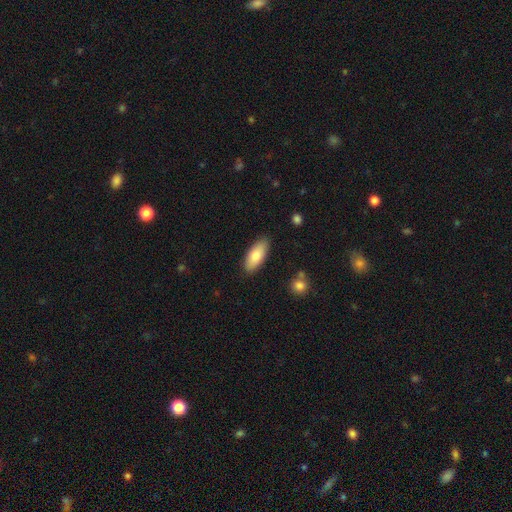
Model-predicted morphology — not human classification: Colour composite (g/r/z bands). It shows a smooth galaxy with no disk features (80%) that is in between round and cigar-shaped (82%). Merging: none (86%).